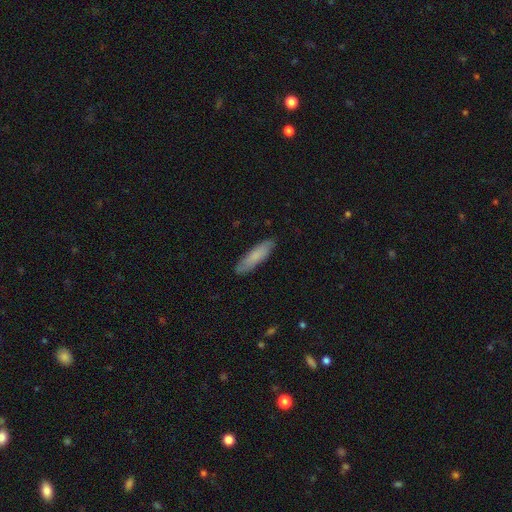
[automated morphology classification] Smooth or featured? Predicted: smooth (p=0.79). How rounded? Predicted: cigar-shaped (p=0.73). Merging? Predicted: none (p=0.87).